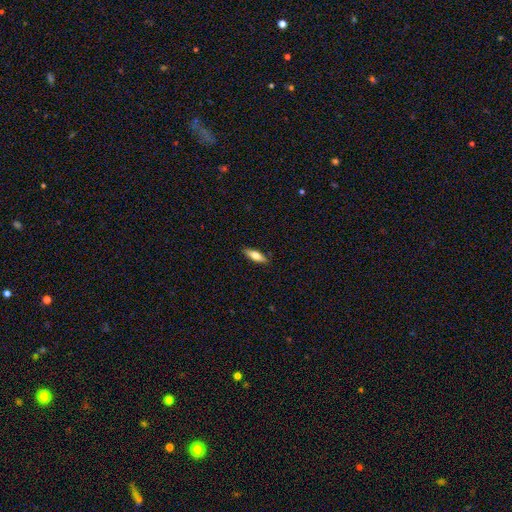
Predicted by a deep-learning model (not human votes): Smooth or featured: smooth — 70% (featured or disk — 24%)
How rounded: in between — 52% (cigar-shaped — 46%)
Merging: none — 87% (minor disturbance — 10%)